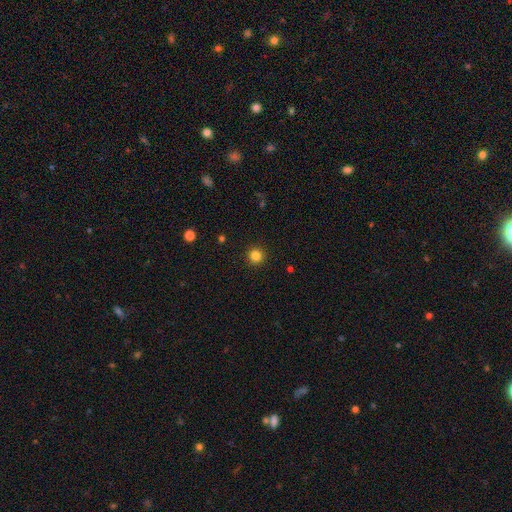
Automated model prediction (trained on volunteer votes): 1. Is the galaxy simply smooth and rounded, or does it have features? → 83% smooth, 12% star or artifact, 4% featured or disk.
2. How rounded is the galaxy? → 95% round, 4% in between, 1% cigar-shaped.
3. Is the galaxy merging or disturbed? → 93% none, 5% minor disturbance, 2% major disturbance, 1% merger.